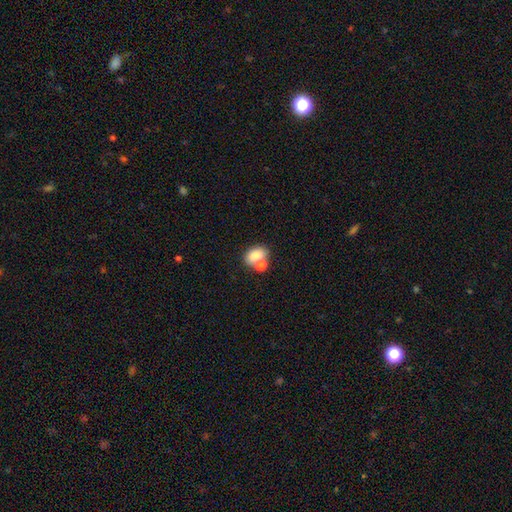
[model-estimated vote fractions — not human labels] The model was most divided on "merging": none: 43%, merger: 41%, minor disturbance: 11%, major disturbance: 5%. More confident: how rounded — in between (79%); smooth or featured — smooth (78%).